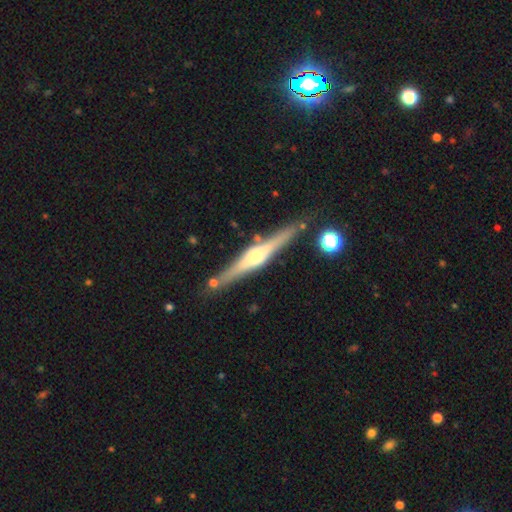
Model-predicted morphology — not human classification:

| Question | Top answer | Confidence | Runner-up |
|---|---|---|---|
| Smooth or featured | featured or disk | 77% | smooth (17%) |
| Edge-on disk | yes | 98% | no (2%) |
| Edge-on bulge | rounded | 82% | boxy (14%) |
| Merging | none | 85% | minor disturbance (10%) |